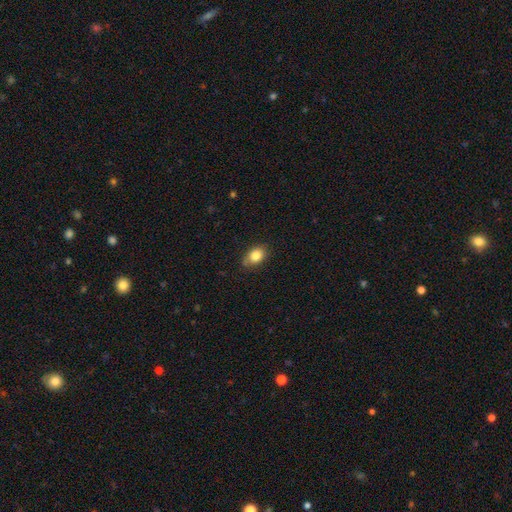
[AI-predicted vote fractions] Q: Smooth or featured?
A: smooth (84%); runner-up: star or artifact (9%)
Q: How rounded?
A: in between (75%); runner-up: round (23%)
Q: Merging?
A: none (76%); runner-up: minor disturbance (19%)